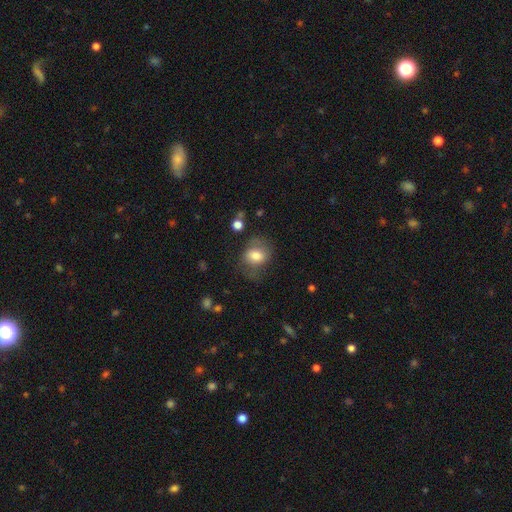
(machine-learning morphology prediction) This appears to be a smooth galaxy with no disk features (72%) that is in between round and cigar-shaped (53%). Merging: none (56%).